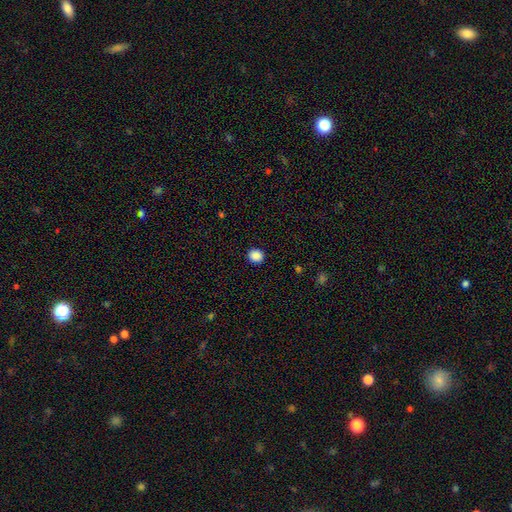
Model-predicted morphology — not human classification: This is clearly a smooth galaxy (88%). How rounded: clearly round (85%). Merging: clearly none (92%).